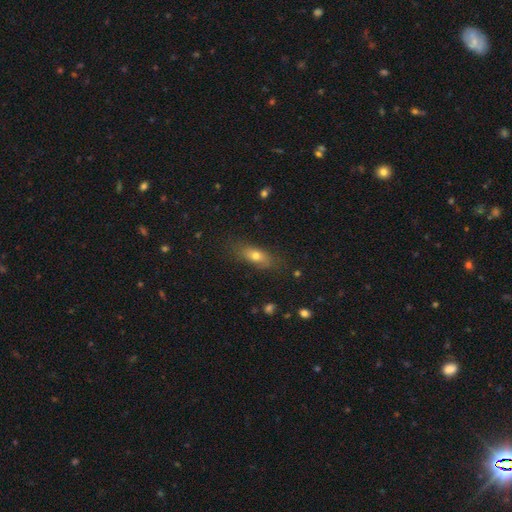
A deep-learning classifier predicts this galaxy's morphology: smooth-or-featured: smooth: 70% | featured or disk: 21% | star or artifact: 10%
  how-rounded: in between: 69% | cigar-shaped: 24% | round: 7%
  merging: none: 77% | minor disturbance: 16% | major disturbance: 5% | merger: 2%